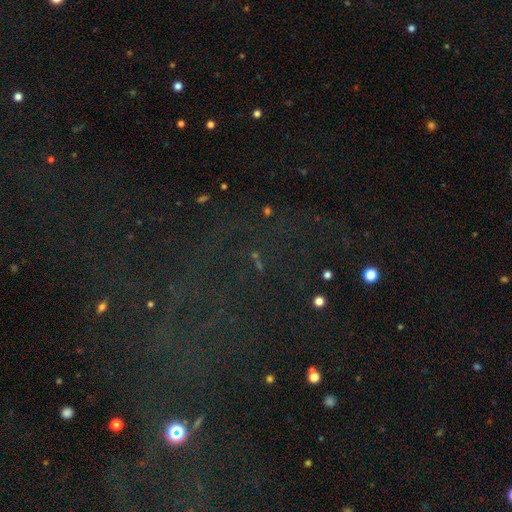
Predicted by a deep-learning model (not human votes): The model was most divided on "smooth or featured": star or artifact: 71%, smooth: 16%, featured or disk: 13%.